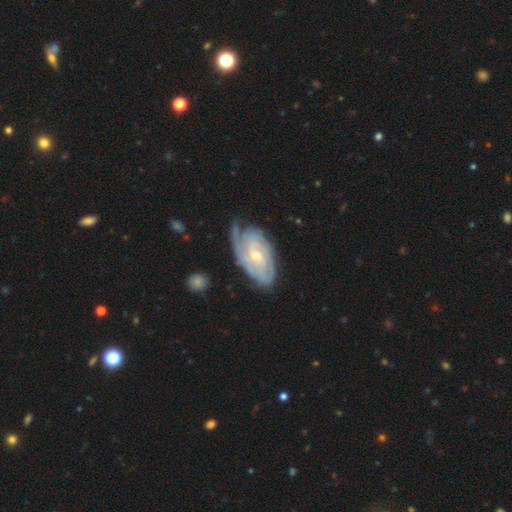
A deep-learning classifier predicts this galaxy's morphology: Smooth or featured? Predicted: featured or disk (p=0.81). Edge-on disk? Predicted: no (p=0.95). Bar? Predicted: no (p=0.59). Spiral arms? Predicted: yes (p=0.93). Spiral winding? Predicted: tight (p=0.68). Spiral arm count? Predicted: can't tell (p=0.45). Bulge size? Predicted: small (p=0.59). Merging? Predicted: none (p=0.58).